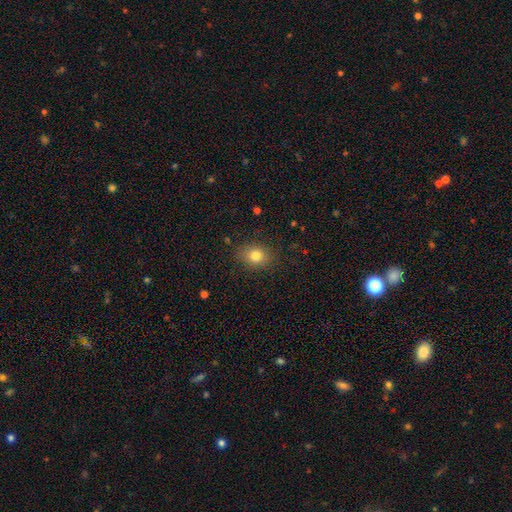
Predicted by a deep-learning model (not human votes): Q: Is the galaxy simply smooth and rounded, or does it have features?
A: smooth — 81%.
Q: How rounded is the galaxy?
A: round — 52%.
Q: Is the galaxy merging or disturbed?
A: none — 85%.